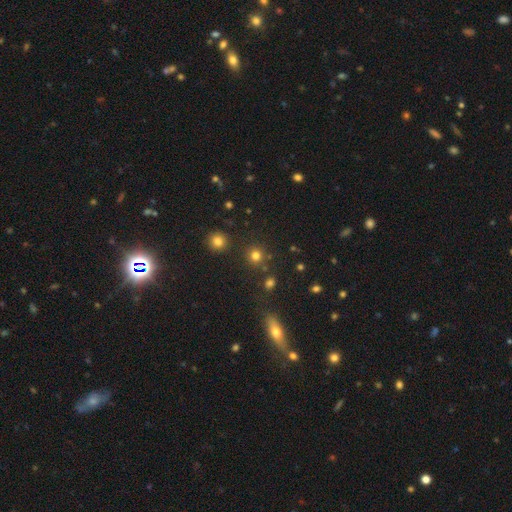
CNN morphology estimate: Smooth or featured: smooth — 77% (star or artifact — 18%)
How rounded: round — 92% (in between — 7%)
Merging: none — 84% (minor disturbance — 7%)